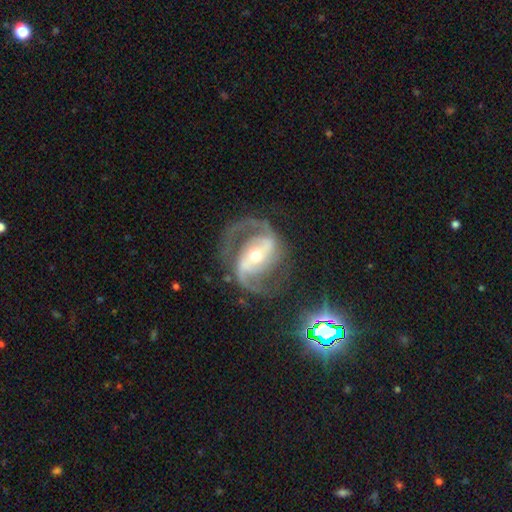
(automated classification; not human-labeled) The model was most divided on "bulge size": moderate: 55%, small: 40%, large: 4%, none: 1%, dominant: 1%. Remaining: edge-on disk — no (97%); spiral arms — yes (97%); smooth or featured — featured or disk (90%); spiral arm count — 2 (89%); merging — none (71%); spiral winding — medium (56%); bar — strong (48%).